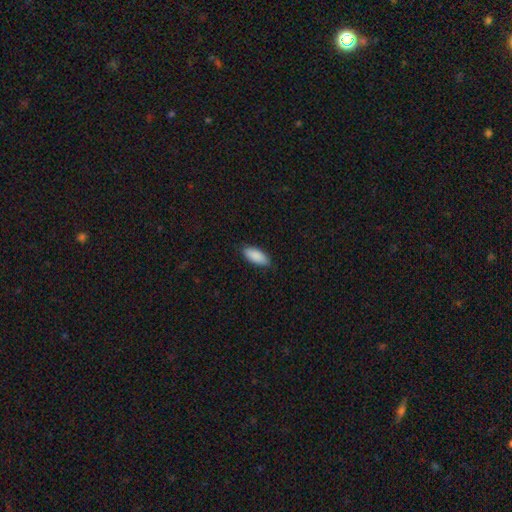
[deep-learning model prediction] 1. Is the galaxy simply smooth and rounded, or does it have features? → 90% smooth, 6% star or artifact, 5% featured or disk.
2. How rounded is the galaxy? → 85% in between, 13% cigar-shaped, 2% round.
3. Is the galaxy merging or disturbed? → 85% none, 12% minor disturbance, 2% major disturbance, 1% merger.